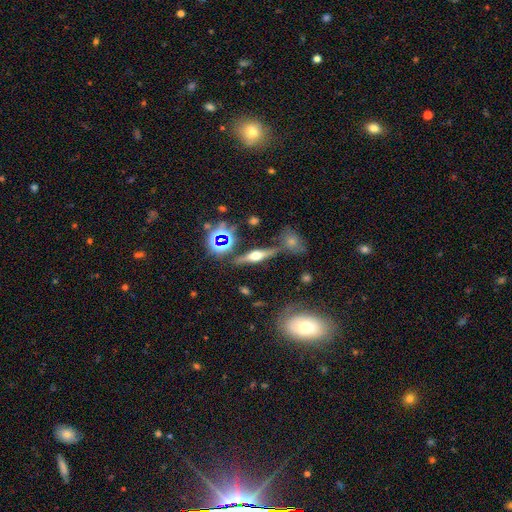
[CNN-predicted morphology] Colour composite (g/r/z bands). It shows a featured or disk galaxy (62%) viewed edge-on (93%) with a rounded central bulge (94%). Merging: none (78%).